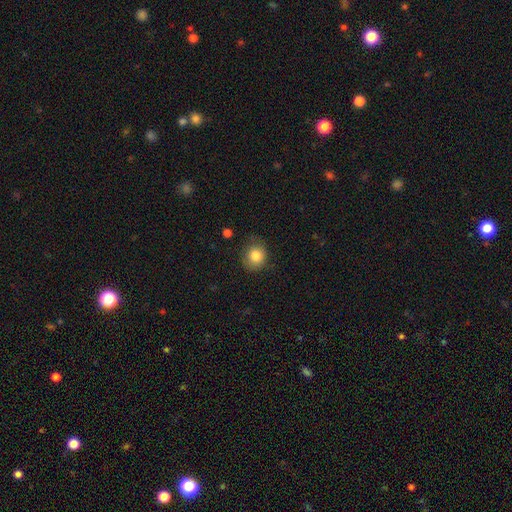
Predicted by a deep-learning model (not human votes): The model was most divided on "how rounded": round: 77%, in between: 22%, cigar-shaped: 1%. More confident: smooth or featured — smooth (83%); merging — none (76%).